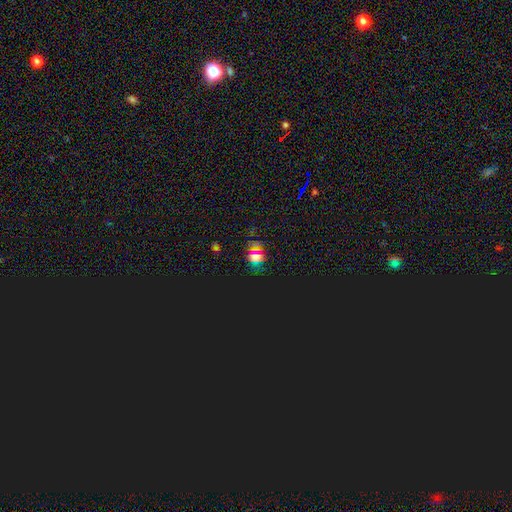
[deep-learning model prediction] A star or artifact, not a galaxy (59%).

Vote fractions:
- Smooth or featured? star or artifact: 59% / smooth: 33% / featured or disk: 8%